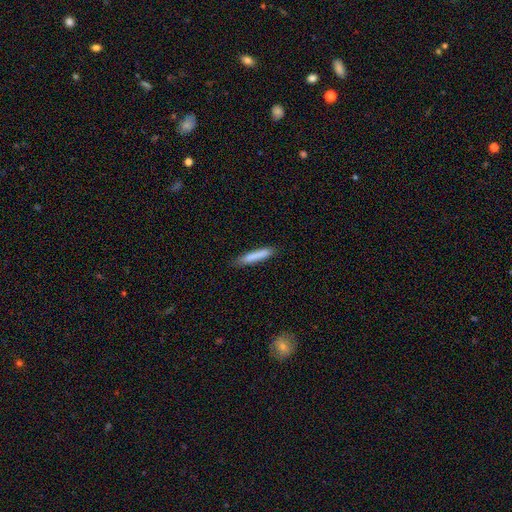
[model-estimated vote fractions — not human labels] smooth_or_featured: smooth (p=0.83) [alt: featured or disk p=0.11]
how_rounded: cigar-shaped (p=0.92) [alt: in between p=0.07]
merging: none (p=0.86) [alt: minor disturbance p=0.11]